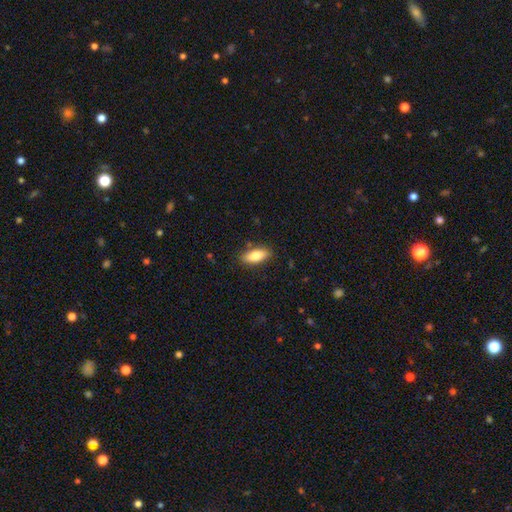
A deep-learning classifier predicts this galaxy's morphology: This is clearly a smooth galaxy (81%). How rounded: likely in between (79%). Merging: clearly none (85%).